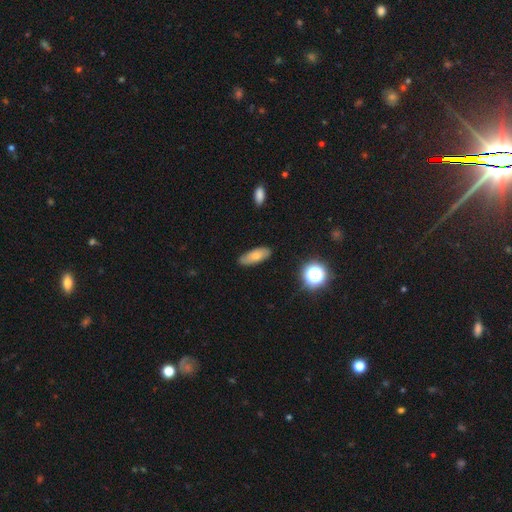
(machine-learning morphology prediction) Overall: smooth (73%). How rounded: in between (73%). Merging: none (83%).